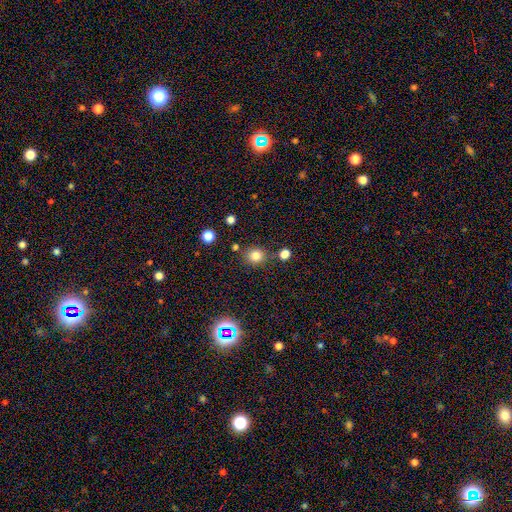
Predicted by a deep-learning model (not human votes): A smooth galaxy with no disk features (79%) that is round (82%). Merging: none (77%).